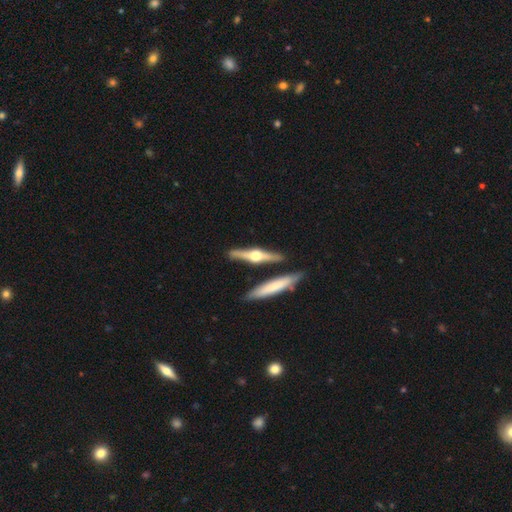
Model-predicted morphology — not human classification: This appears to be a featured or disk galaxy (77%) viewed edge-on (97%) with a rounded central bulge (94%). Merging: none (82%).